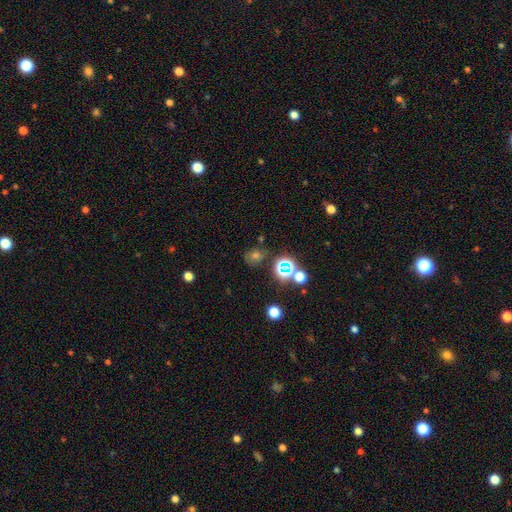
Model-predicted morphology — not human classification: smooth_or_featured: star or artifact (p=0.47) [alt: smooth p=0.43]